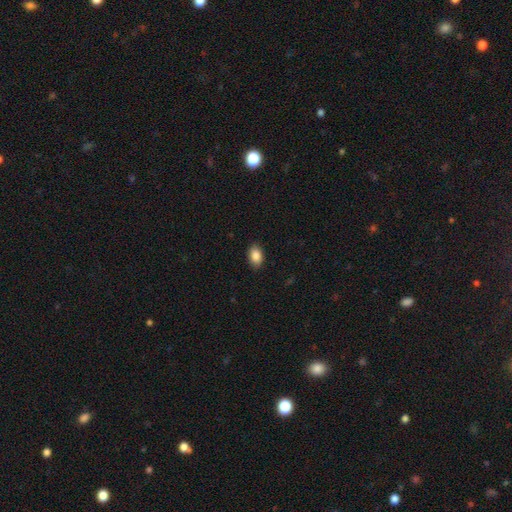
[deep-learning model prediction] Morphology: type=smooth (88%); roundness=in between (88%); merging=none (88%).